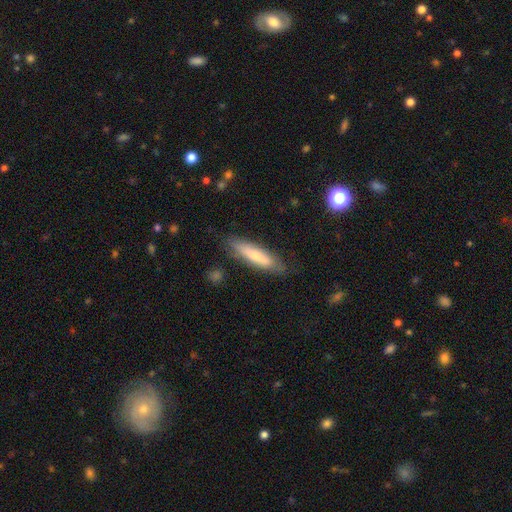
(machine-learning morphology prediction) This is possibly a smooth galaxy (60%). How rounded: likely cigar-shaped (72%). Merging: likely none (80%).